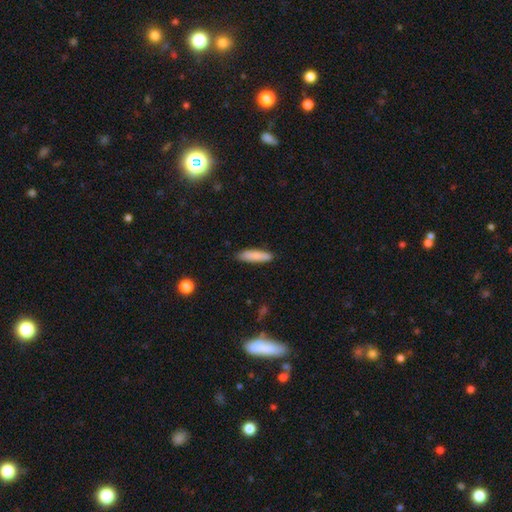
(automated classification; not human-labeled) A smooth galaxy with no disk features (85%) that is cigar-shaped (75%). Merging: none (86%).